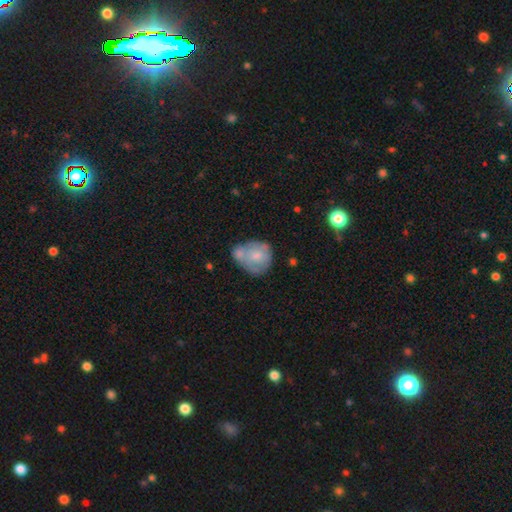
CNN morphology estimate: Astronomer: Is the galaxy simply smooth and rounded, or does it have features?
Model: smooth — 58% (runner-up: featured or disk, 36%).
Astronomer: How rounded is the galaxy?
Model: round — 67%.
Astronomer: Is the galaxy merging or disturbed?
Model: merger — 34% (runner-up: none, 33%).